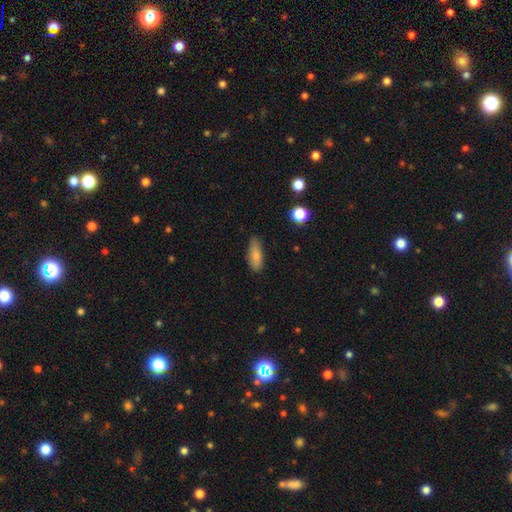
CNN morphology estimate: Smooth or featured: smooth — 82% (featured or disk — 11%)
How rounded: in between — 72% (cigar-shaped — 25%)
Merging: none — 77% (minor disturbance — 19%)